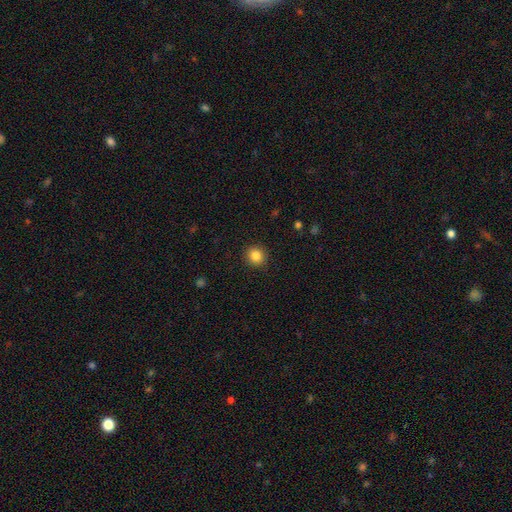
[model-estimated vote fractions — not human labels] Overall: smooth (84%). How rounded: round (90%). Merging: none (91%).